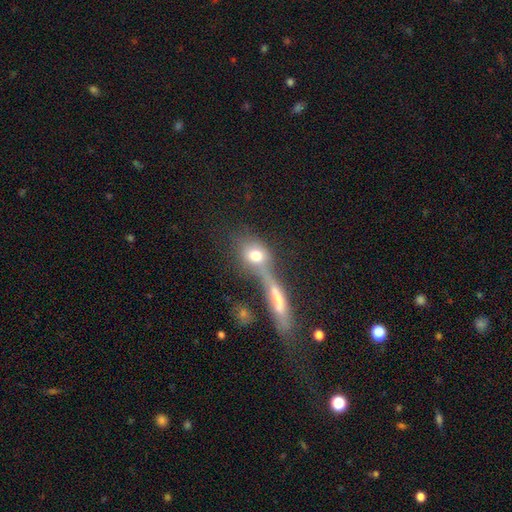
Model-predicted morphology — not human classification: Overall: smooth (70%). How rounded: round (50%; in between 40%). Merging: merger (43%; none 38%).